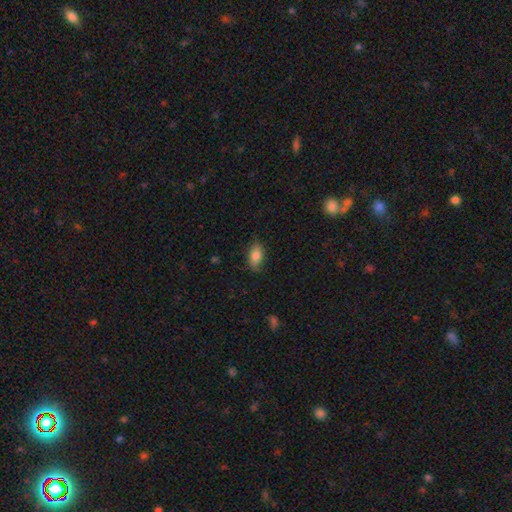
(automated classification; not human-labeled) A smooth galaxy with no disk features (82%) that is in between round and cigar-shaped (89%). Merging: none (81%).